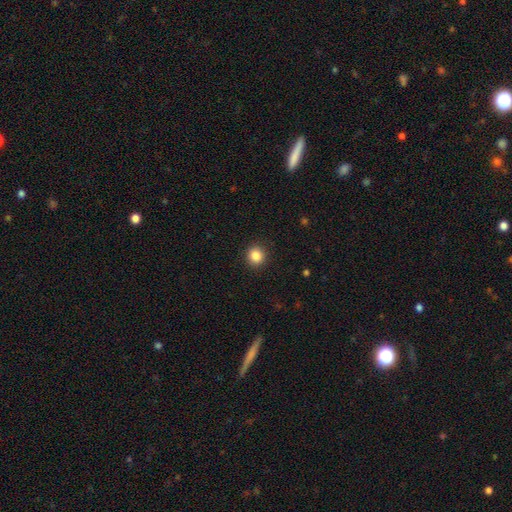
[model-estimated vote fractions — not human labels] Smooth or featured?
  - smooth: 86% *
  - star or artifact: 10%
  - featured or disk: 4%
How rounded?
  - round: 88% *
  - in between: 11%
  - cigar-shaped: 1%
Merging?
  - none: 91% *
  - minor disturbance: 6%
  - major disturbance: 2%
  - merger: 1%